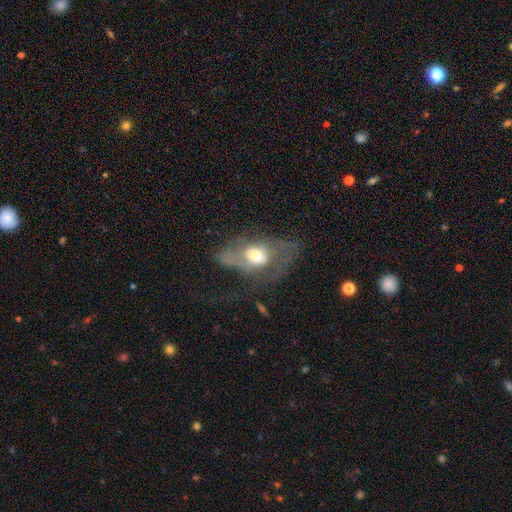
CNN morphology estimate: A featured or disk galaxy (54%).

Vote fractions:
- Smooth or featured? featured or disk: 54% / smooth: 37% / star or artifact: 9%
- Edge-on disk? no: 89% / yes: 11%
- Merging? major disturbance: 50% / none: 26% / minor disturbance: 21% / merger: 3%